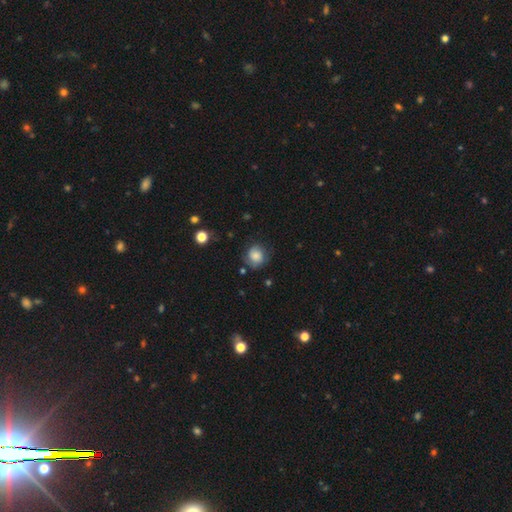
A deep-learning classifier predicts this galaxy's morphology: Smooth or featured? Predicted: smooth (p=0.70). How rounded? Predicted: round (p=0.80). Merging? Predicted: none (p=0.70).